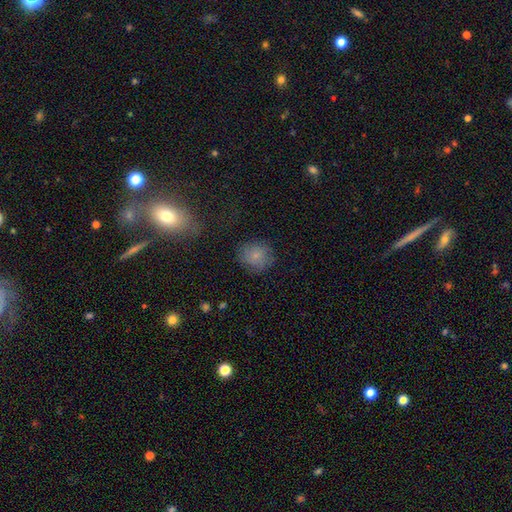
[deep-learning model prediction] This is likely a smooth galaxy (78%). How rounded: likely round (79%). Merging: likely none (77%).